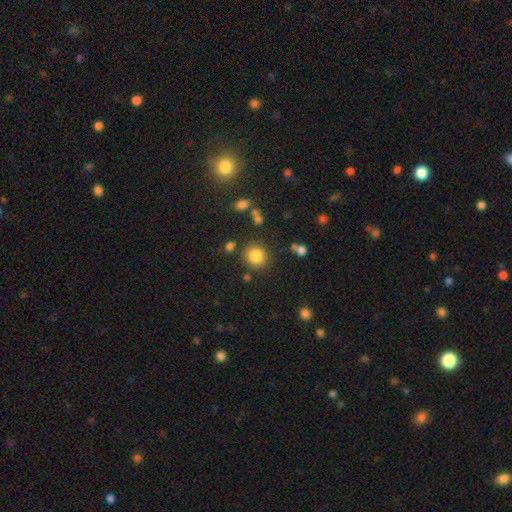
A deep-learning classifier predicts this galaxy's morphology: Overall: smooth (84%). How rounded: round (88%). Merging: none (82%).